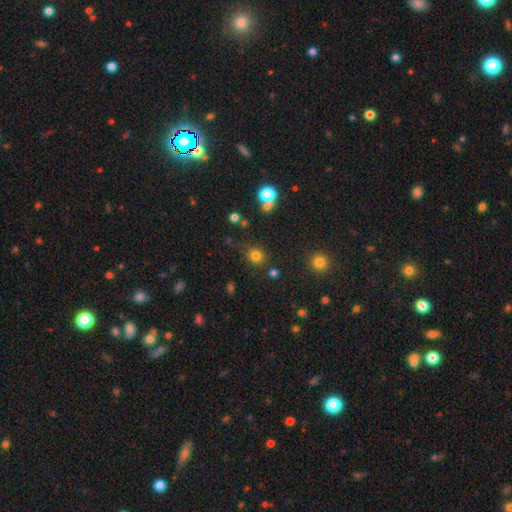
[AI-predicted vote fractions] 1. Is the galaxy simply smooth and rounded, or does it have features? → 78% smooth, 16% star or artifact, 6% featured or disk.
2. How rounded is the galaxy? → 85% round, 14% in between, 1% cigar-shaped.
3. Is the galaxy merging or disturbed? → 78% none, 12% minor disturbance, 5% merger, 5% major disturbance.